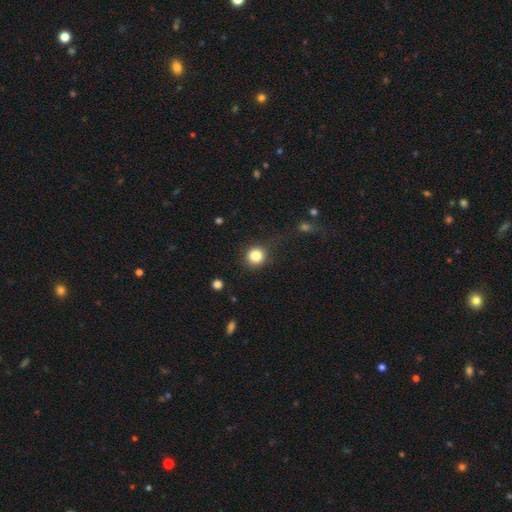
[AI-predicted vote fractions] smooth_or_featured: smooth (p=0.84) [alt: star or artifact p=0.11]
how_rounded: round (p=0.91) [alt: in between p=0.08]
merging: none (p=0.81) [alt: minor disturbance p=0.12]